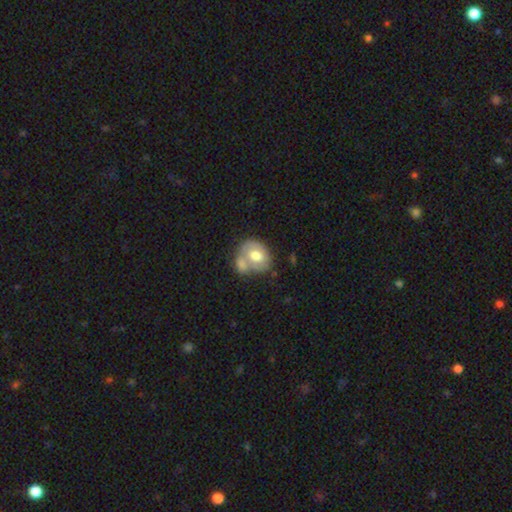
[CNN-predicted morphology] smooth-or-featured: smooth: 59% | featured or disk: 35% | star or artifact: 6%
  how-rounded: round: 51% | in between: 48% | cigar-shaped: 1%
  merging: merger: 52% | none: 29% | minor disturbance: 13% | major disturbance: 6%